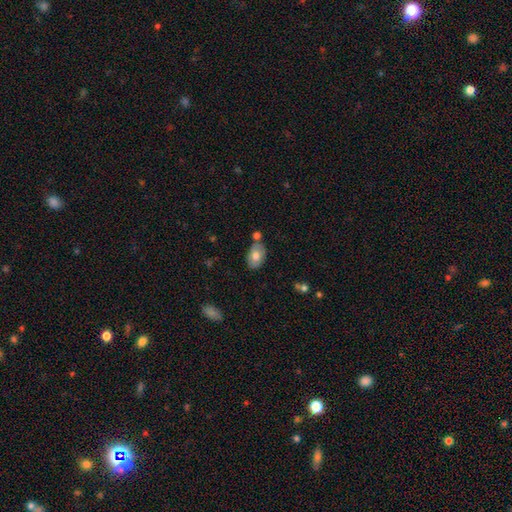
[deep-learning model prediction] Q: Smooth or featured?
A: smooth (68%); runner-up: featured or disk (25%)
Q: How rounded?
A: in between (90%); runner-up: round (9%)
Q: Merging?
A: none (67%); runner-up: minor disturbance (16%)